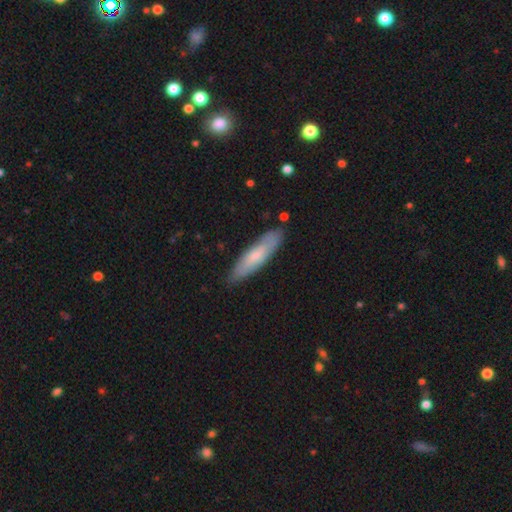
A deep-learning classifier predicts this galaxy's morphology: This is possibly a smooth galaxy (60%). How rounded: likely cigar-shaped (70%). Merging: clearly none (82%).